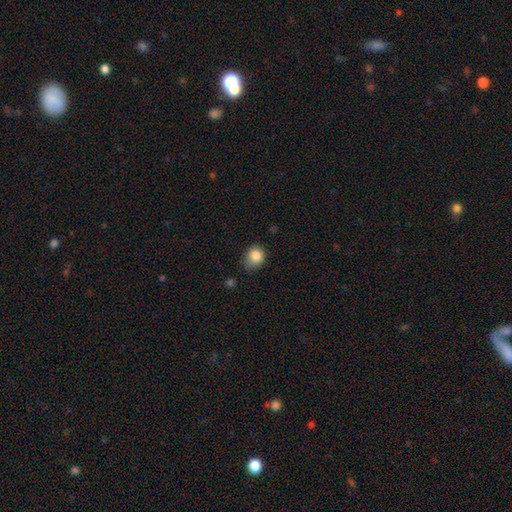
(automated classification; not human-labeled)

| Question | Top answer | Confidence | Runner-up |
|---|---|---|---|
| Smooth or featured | smooth | 84% | star or artifact (10%) |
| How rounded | round | 66% | in between (33%) |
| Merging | none | 57% | minor disturbance (33%) |